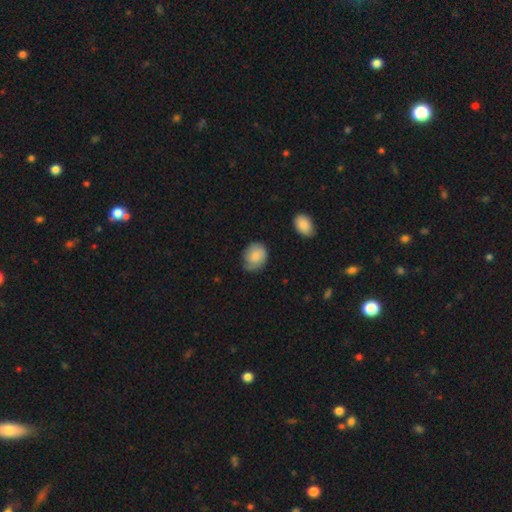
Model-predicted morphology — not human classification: Overall: smooth (73%). How rounded: round (56%; in between 43%). Merging: none (61%; minor disturbance 29%).